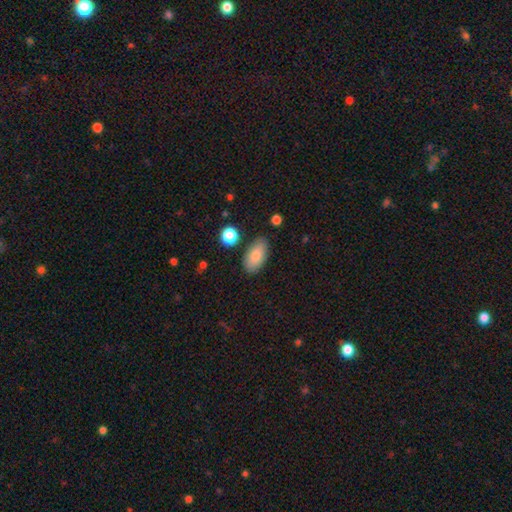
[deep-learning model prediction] Smooth or featured? Predicted: smooth (p=0.83). How rounded? Predicted: in between (p=0.92). Merging? Predicted: none (p=0.81).